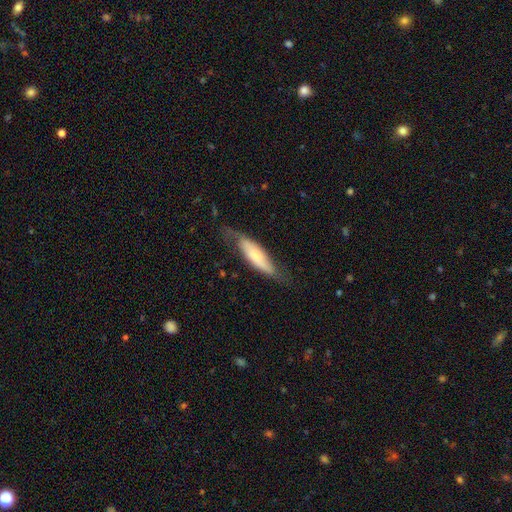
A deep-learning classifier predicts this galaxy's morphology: Smooth or featured? Predicted: smooth (p=0.50). How rounded? Predicted: cigar-shaped (p=0.58). Merging? Predicted: none (p=0.60).